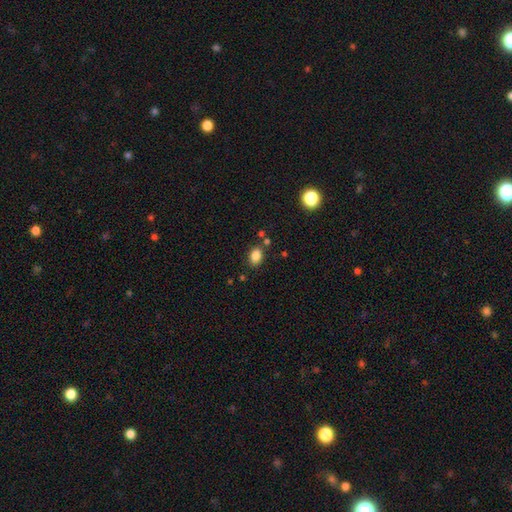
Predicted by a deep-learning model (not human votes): smooth_or_featured: smooth (p=0.84) [alt: star or artifact p=0.11]
how_rounded: in between (p=0.76) [alt: round p=0.22]
merging: none (p=0.76) [alt: minor disturbance p=0.12]